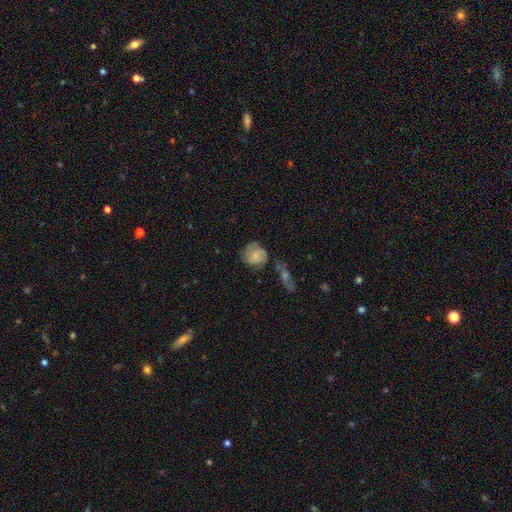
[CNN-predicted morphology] Overall: smooth (50%; featured or disk 42%). How rounded: round (69%; in between 30%). Merging: none (53%; minor disturbance 25%).